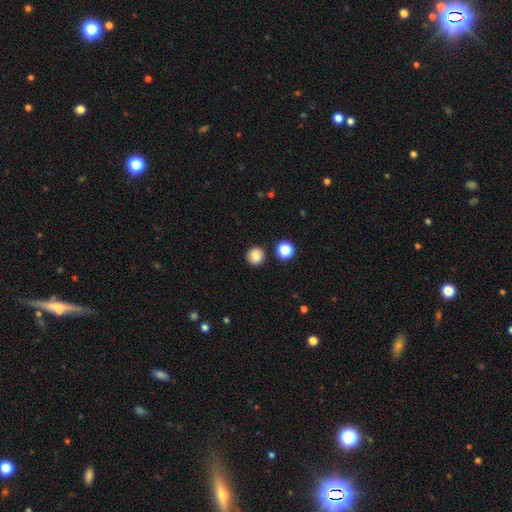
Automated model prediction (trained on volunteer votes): Morphology: type=smooth (85%); roundness=round (91%); merging=none (88%).